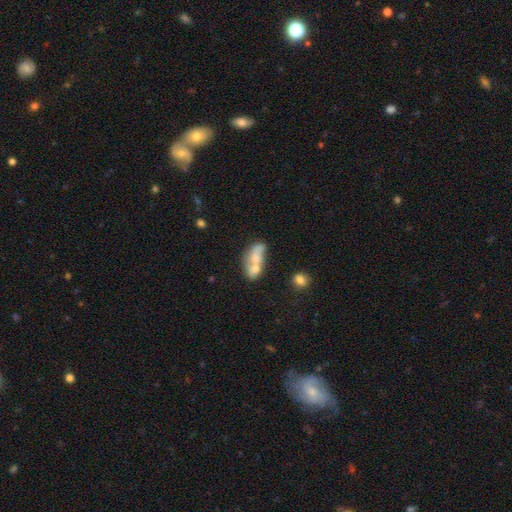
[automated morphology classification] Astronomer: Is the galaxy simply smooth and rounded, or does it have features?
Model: smooth — 61%.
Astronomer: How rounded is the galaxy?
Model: in between — 79%.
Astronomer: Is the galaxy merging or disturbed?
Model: merger — 66%.